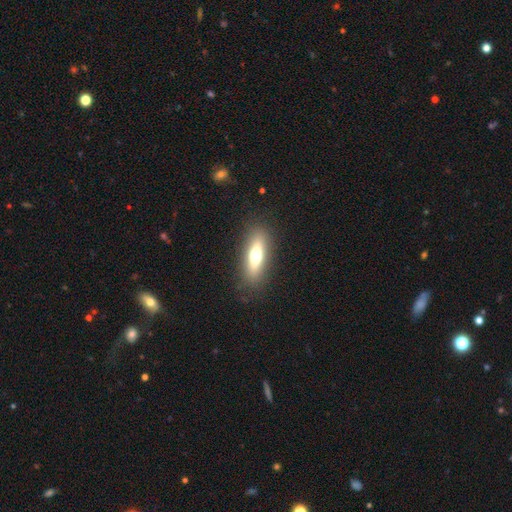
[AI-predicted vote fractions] smooth_or_featured: smooth (p=0.58) [alt: featured or disk p=0.35]
how_rounded: cigar-shaped (p=0.52) [alt: in between p=0.45]
merging: none (p=0.86) [alt: minor disturbance p=0.09]